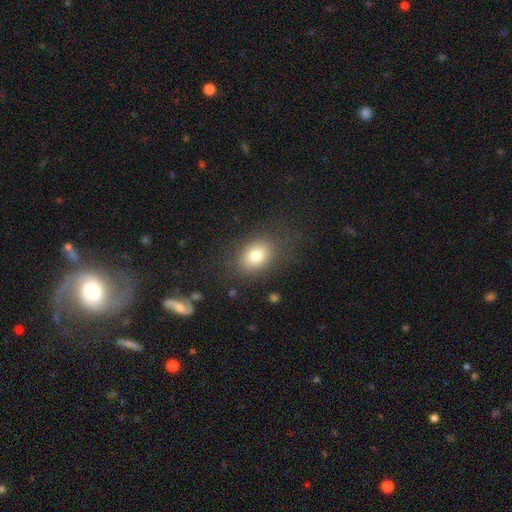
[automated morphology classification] A smooth galaxy with no disk features (79%) that is in between round and cigar-shaped (69%). Merging: none (76%).